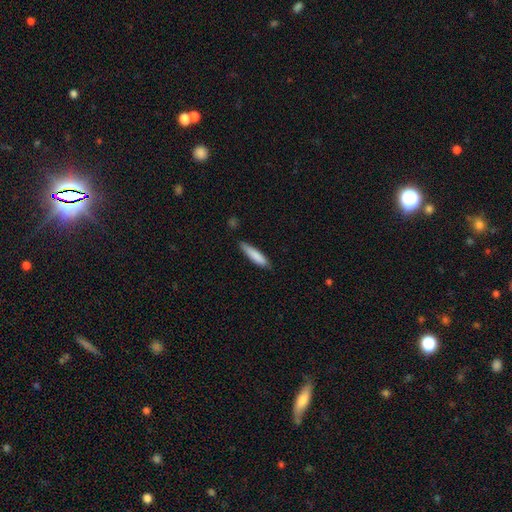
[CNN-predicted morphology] Q: Smooth or featured?
A: smooth (84%); runner-up: featured or disk (10%)
Q: How rounded?
A: cigar-shaped (79%); runner-up: in between (20%)
Q: Merging?
A: none (78%); runner-up: minor disturbance (18%)